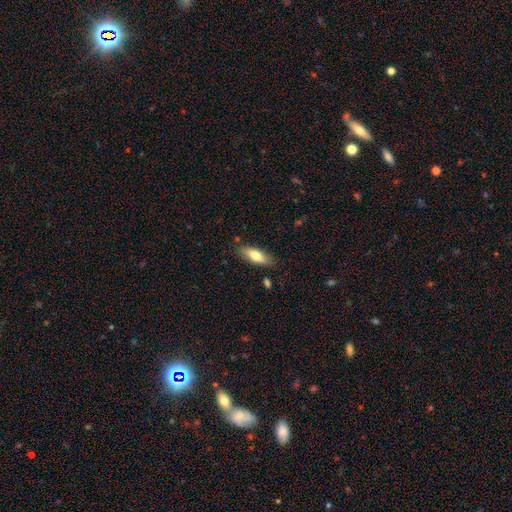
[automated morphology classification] Smooth or featured?
  - smooth: 72% *
  - featured or disk: 21%
  - star or artifact: 6%
How rounded?
  - in between: 68% *
  - cigar-shaped: 30%
  - round: 2%
Merging?
  - none: 81% *
  - minor disturbance: 14%
  - major disturbance: 3%
  - merger: 2%